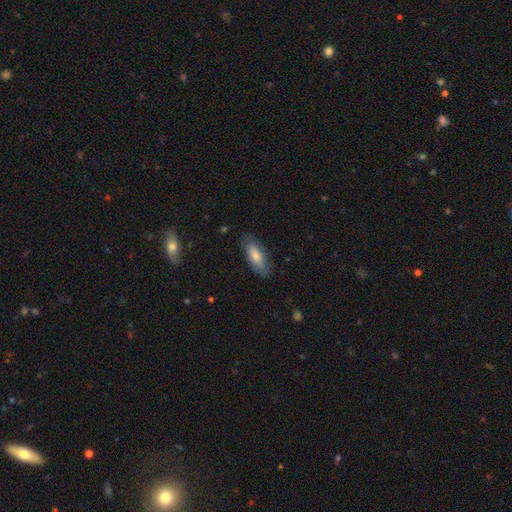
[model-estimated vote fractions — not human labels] Smooth or featured: smooth — 79% (featured or disk — 16%)
How rounded: in between — 77% (cigar-shaped — 21%)
Merging: none — 81% (minor disturbance — 15%)